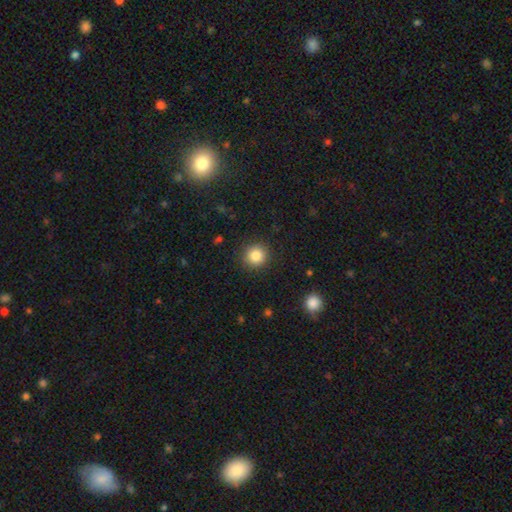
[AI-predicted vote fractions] This is clearly a smooth galaxy (84%). How rounded: clearly round (93%). Merging: clearly none (90%).